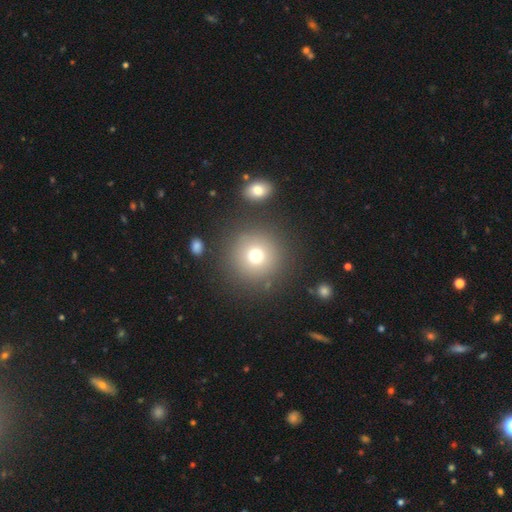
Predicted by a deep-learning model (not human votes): This appears to be a smooth galaxy with no disk features (74%) that is round (95%). Merging: none (85%).